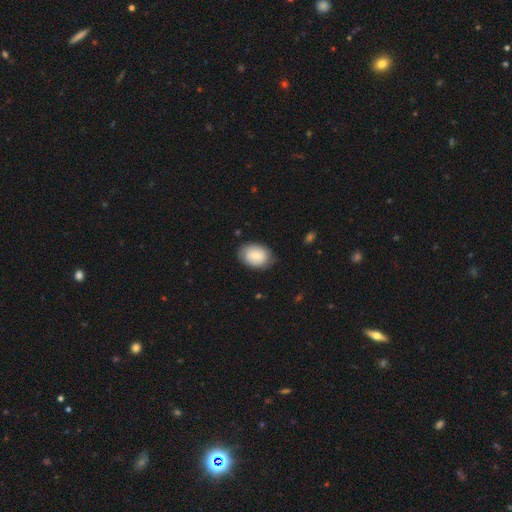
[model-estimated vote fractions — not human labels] This is likely a smooth galaxy (70%). How rounded: likely in between (77%). Merging: likely none (76%).